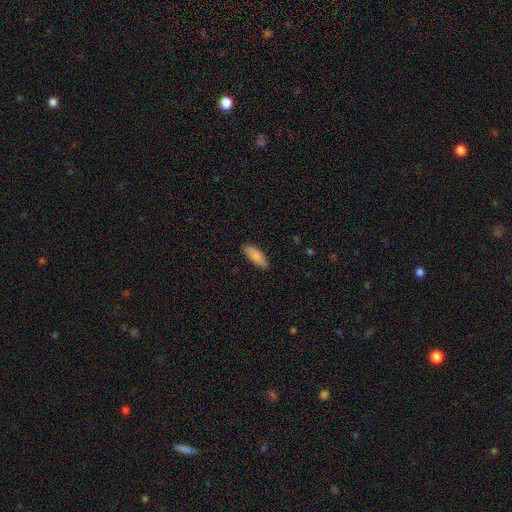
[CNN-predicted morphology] Q: Smooth or featured?
A: smooth (87%); runner-up: featured or disk (7%)
Q: How rounded?
A: in between (69%); runner-up: cigar-shaped (30%)
Q: Merging?
A: none (87%); runner-up: minor disturbance (10%)